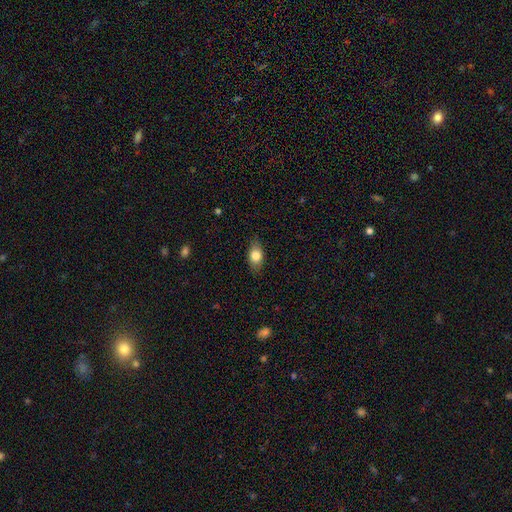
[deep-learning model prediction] This is likely a smooth galaxy (79%). How rounded: clearly in between (83%). Merging: clearly none (83%).